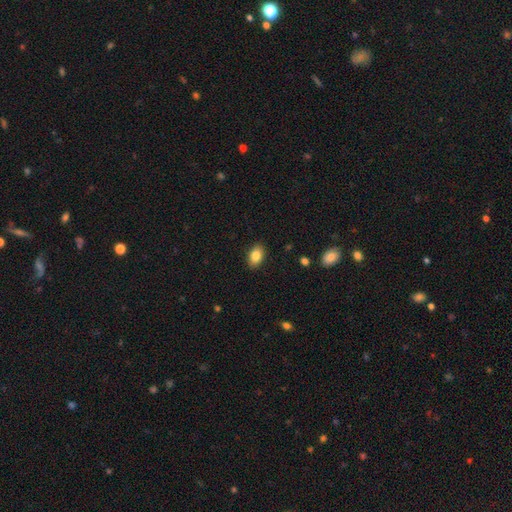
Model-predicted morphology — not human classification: Overall: smooth (85%). How rounded: in between (89%). Merging: none (88%).